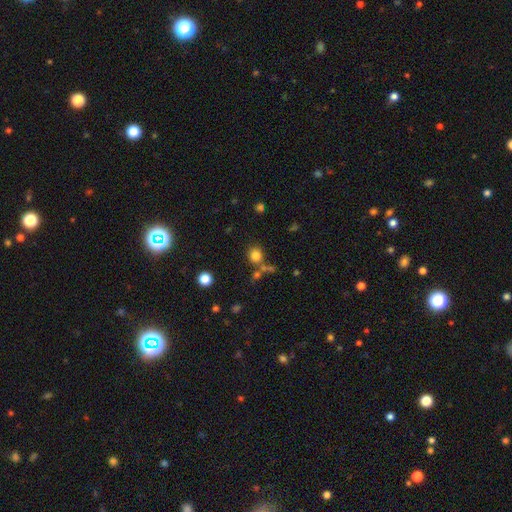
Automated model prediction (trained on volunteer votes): This is likely a smooth galaxy (79%). How rounded: clearly round (84%). Merging: likely none (66%).